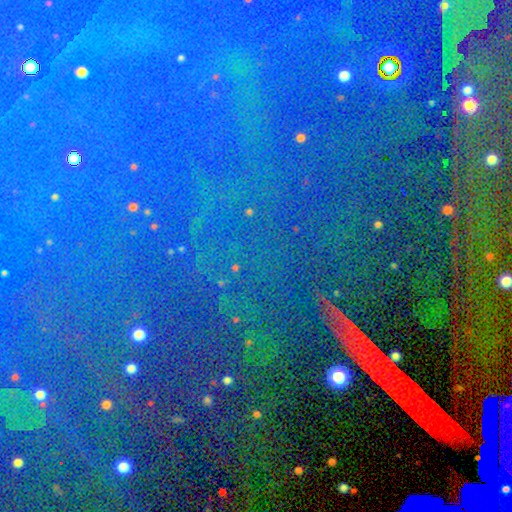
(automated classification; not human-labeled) The model was most divided on "smooth or featured": star or artifact: 81%, smooth: 10%, featured or disk: 9%.